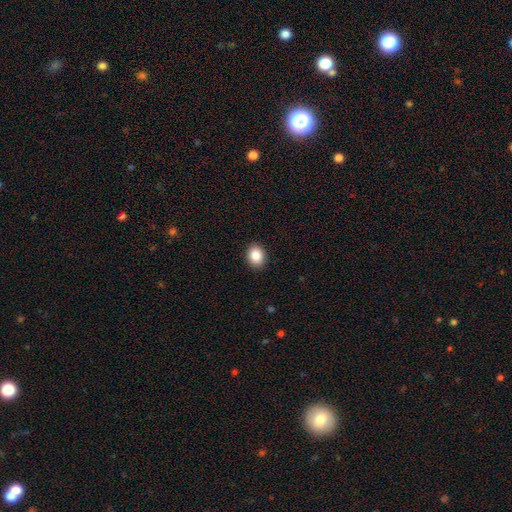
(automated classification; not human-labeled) Smooth or featured? Predicted: smooth (p=0.88). How rounded? Predicted: in between (p=0.50). Merging? Predicted: none (p=0.90).